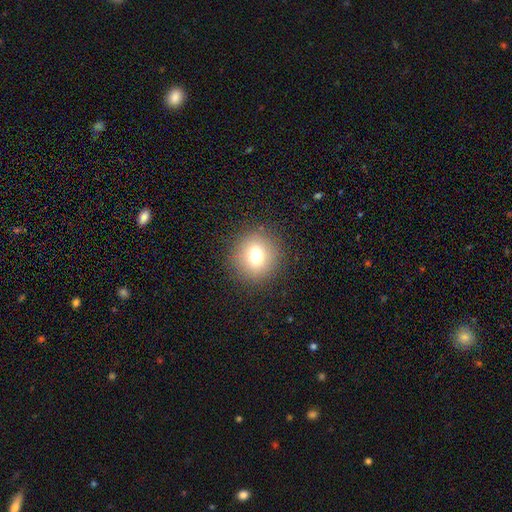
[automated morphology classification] smooth-or-featured: smooth: 72% | star or artifact: 15% | featured or disk: 13%
  how-rounded: round: 89% | in between: 10% | cigar-shaped: 1%
  merging: none: 88% | minor disturbance: 7% | major disturbance: 3% | merger: 1%